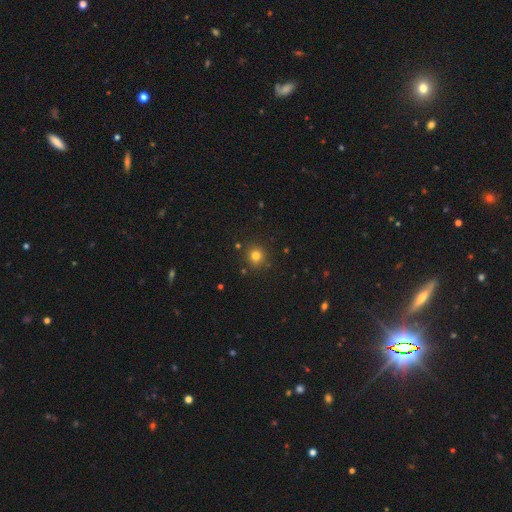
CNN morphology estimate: Smooth or featured? smooth (79%)
How rounded? round (91%)
Merging? none (88%)